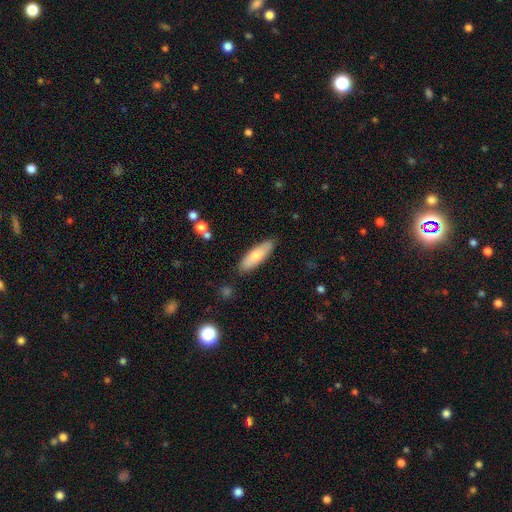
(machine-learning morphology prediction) A smooth galaxy with no disk features (76%) that is in between round and cigar-shaped (50%).

Vote fractions:
- Smooth or featured? smooth: 76% / featured or disk: 18% / star or artifact: 6%
- How rounded? in between: 50% / cigar-shaped: 48% / round: 2%
- Merging? none: 85% / minor disturbance: 11% / major disturbance: 2% / merger: 2%